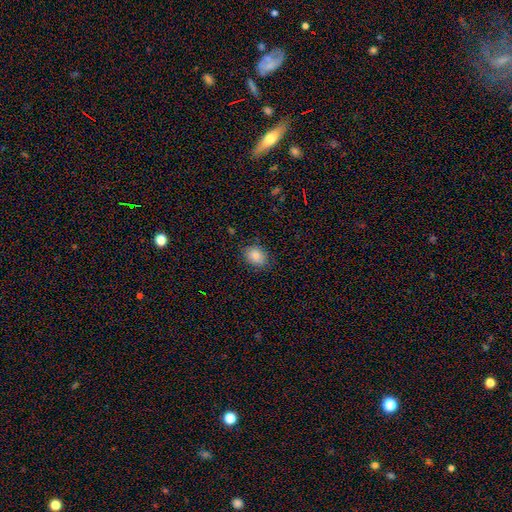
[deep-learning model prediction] Overall: smooth (84%). How rounded: in between (59%; round 40%). Merging: none (84%).